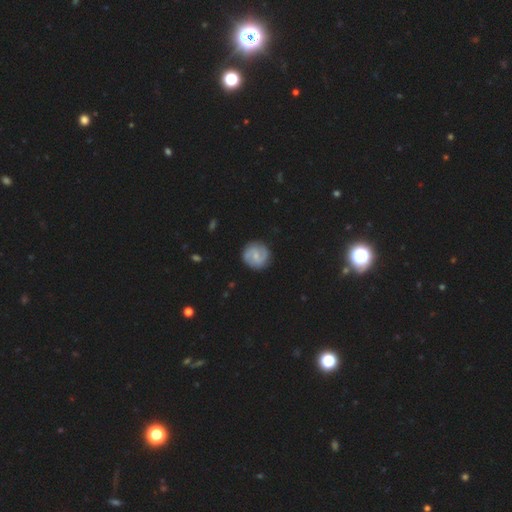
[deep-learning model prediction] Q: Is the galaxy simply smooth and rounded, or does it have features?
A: featured or disk — 68%.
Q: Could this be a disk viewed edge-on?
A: no — 98%.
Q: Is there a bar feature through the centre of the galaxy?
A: weak — 53%.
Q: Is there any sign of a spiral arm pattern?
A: yes — 92%.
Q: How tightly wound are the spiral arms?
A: medium — 46%.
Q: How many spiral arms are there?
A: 2 — 86%.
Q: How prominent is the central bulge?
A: small — 62%.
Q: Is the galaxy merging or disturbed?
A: none — 87%.